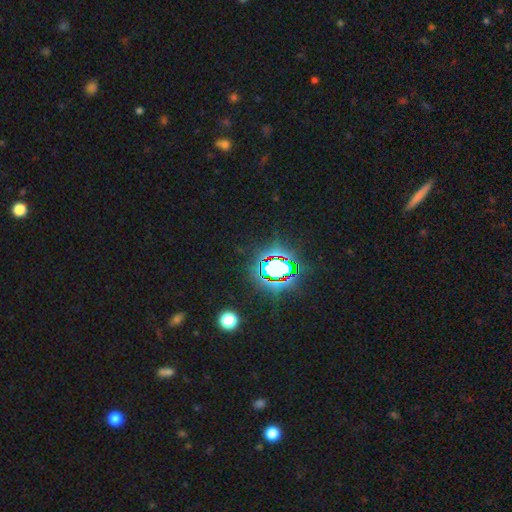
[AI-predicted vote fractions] Smooth or featured? star or artifact (80%)